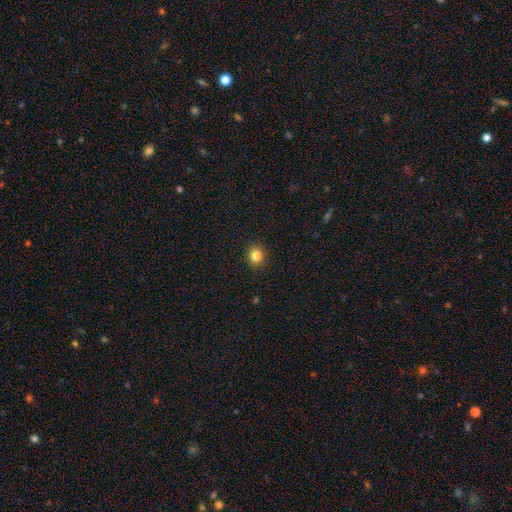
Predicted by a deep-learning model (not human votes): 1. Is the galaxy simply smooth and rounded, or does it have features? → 84% smooth, 11% star or artifact, 5% featured or disk.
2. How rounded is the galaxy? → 85% round, 14% in between, 1% cigar-shaped.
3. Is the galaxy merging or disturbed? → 91% none, 6% minor disturbance, 2% major disturbance, 1% merger.